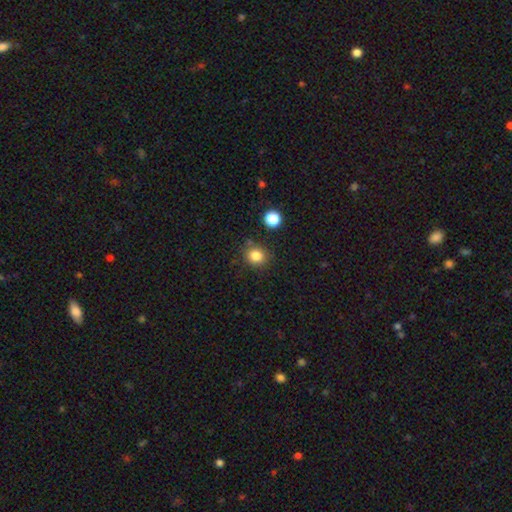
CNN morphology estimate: smooth_or_featured: smooth (p=0.83) [alt: star or artifact p=0.12]
how_rounded: round (p=0.78) [alt: in between p=0.21]
merging: none (p=0.81) [alt: minor disturbance p=0.11]